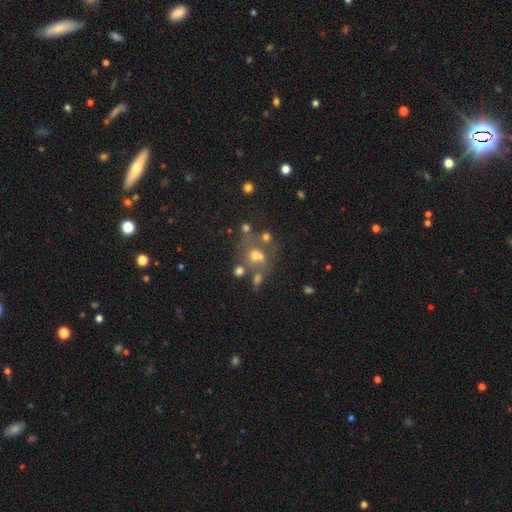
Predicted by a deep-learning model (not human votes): Smooth or featured? smooth (53%)
How rounded? round (71%)
Merging? none (43%)